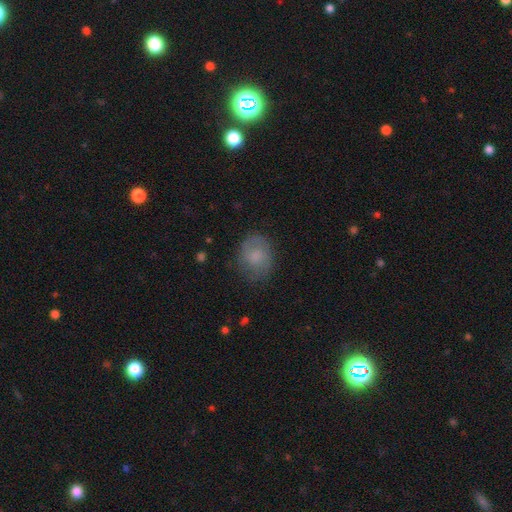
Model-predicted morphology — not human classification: The model was most divided on "how rounded": in between: 50%, round: 49%, cigar-shaped: 1%. More confident: merging — none (72%); smooth or featured — smooth (58%).